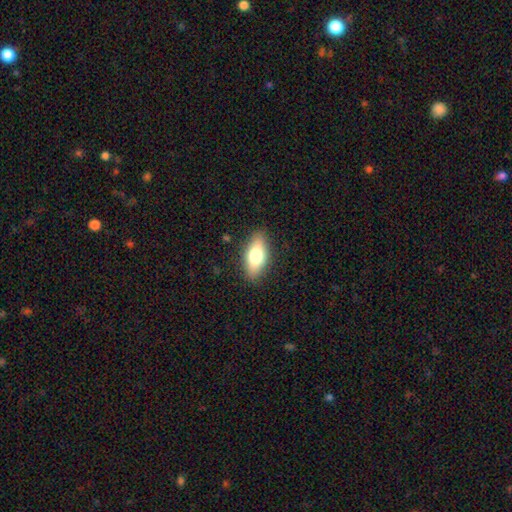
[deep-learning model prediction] Smooth or featured? smooth (71%)
How rounded? in between (82%)
Merging? none (86%)